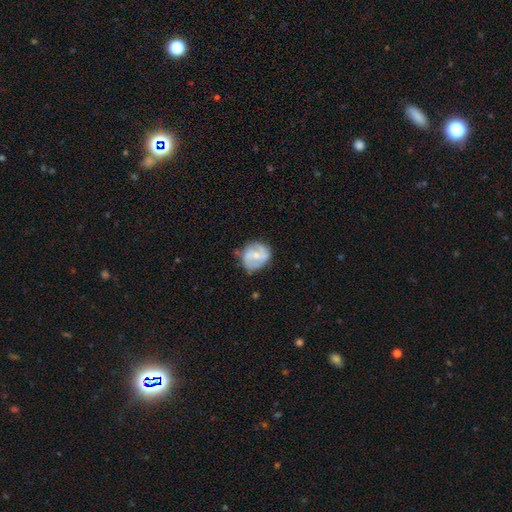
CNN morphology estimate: smooth-or-featured: featured or disk: 58% | smooth: 36% | star or artifact: 6%
  disk-edge-on: no: 97% | yes: 3%
    bar: weak: 44% | no: 41% | strong: 15%
    has-spiral-arms: yes: 71% | no: 29%
    bulge-size: small: 47% | moderate: 44% | none: 5% | large: 2% | dominant: 1%
  merging: none: 63% | minor disturbance: 25% | major disturbance: 9% | merger: 3%